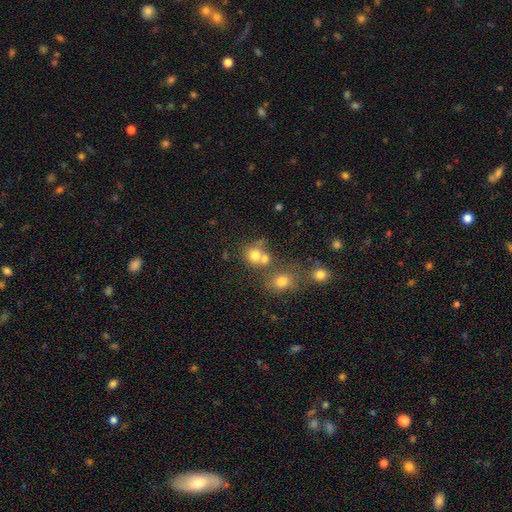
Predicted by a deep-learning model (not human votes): A smooth galaxy with no disk features (73%) that is round (79%). Merging: none (47%).